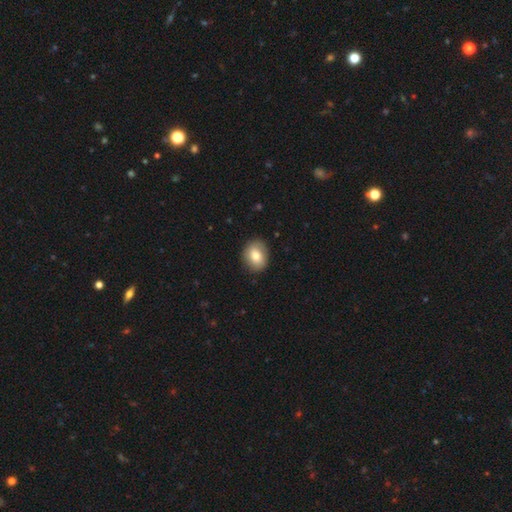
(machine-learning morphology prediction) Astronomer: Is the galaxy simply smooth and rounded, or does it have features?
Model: smooth — 78%.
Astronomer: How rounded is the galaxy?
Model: in between — 51% (runner-up: round, 48%).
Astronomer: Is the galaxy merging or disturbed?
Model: none — 86%.